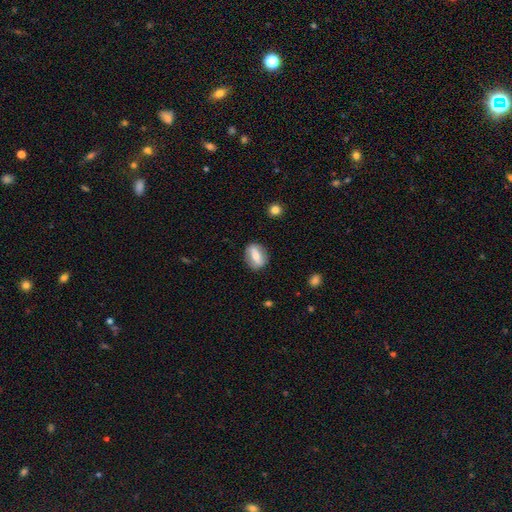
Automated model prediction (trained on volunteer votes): smooth-or-featured: smooth: 53% | featured or disk: 40% | star or artifact: 7%
  how-rounded: in between: 64% | round: 29% | cigar-shaped: 6%
  merging: none: 85% | minor disturbance: 11% | major disturbance: 3% | merger: 1%